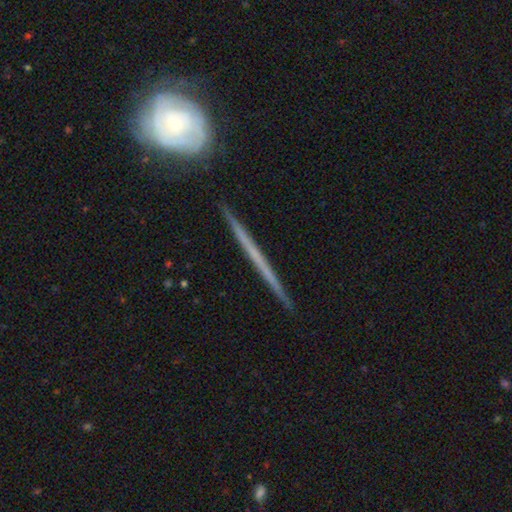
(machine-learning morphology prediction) Overall: featured or disk (70%). Edge-on disk: yes (94%). Edge-on bulge: none (76%). Merging: none (88%).